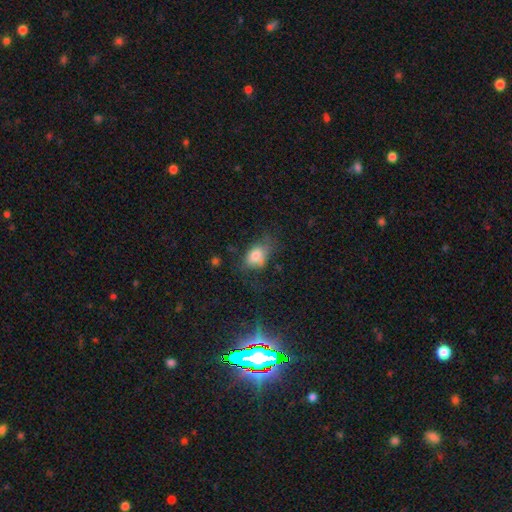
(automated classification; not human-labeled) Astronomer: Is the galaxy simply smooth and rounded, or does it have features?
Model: smooth — 73%.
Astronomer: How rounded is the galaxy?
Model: in between — 75%.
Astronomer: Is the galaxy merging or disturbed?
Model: none — 42% (runner-up: minor disturbance, 29%).